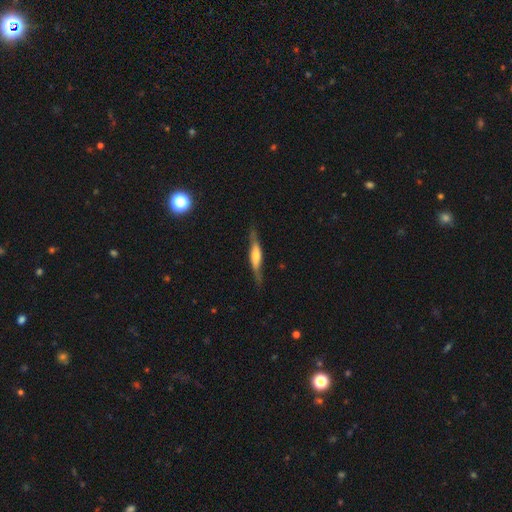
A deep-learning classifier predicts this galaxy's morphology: Q: Smooth or featured?
A: featured or disk (61%); runner-up: smooth (33%)
Q: Edge-on disk?
A: yes (88%); runner-up: no (12%)
Q: Edge-on bulge?
A: rounded (60%); runner-up: boxy (29%)
Q: Merging?
A: none (78%); runner-up: minor disturbance (16%)